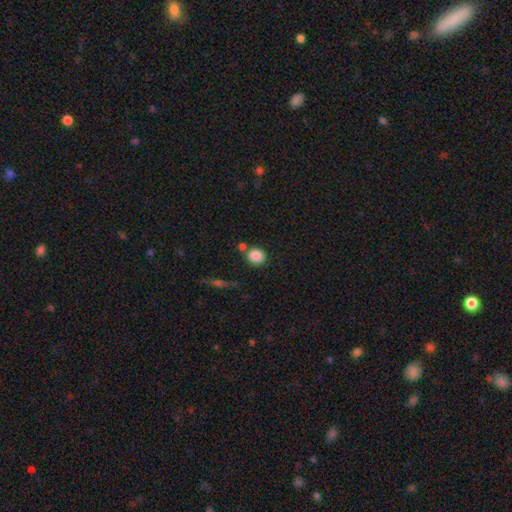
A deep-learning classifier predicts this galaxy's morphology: Smooth or featured: smooth — 86% (star or artifact — 9%)
How rounded: round — 80% (in between — 19%)
Merging: none — 69% (merger — 16%)